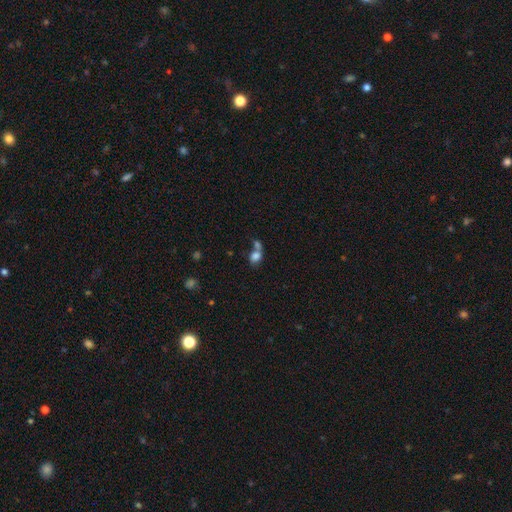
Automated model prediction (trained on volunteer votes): A smooth galaxy with no disk features (77%) that is in between round and cigar-shaped (64%). Merging: merger (56%).